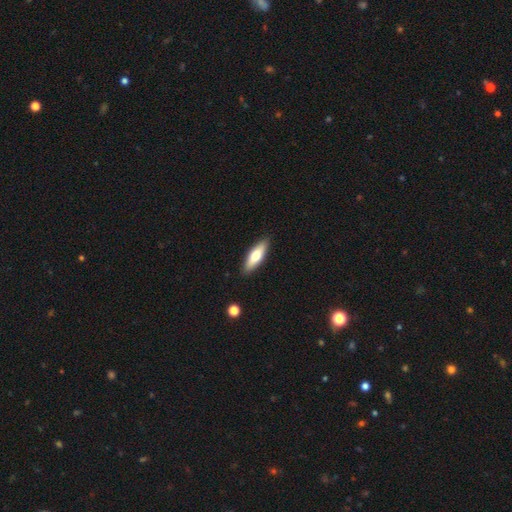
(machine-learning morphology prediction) The model was most divided on "how rounded": in between: 51%, cigar-shaped: 48%, round: 2%. More confident: merging — none (88%); smooth or featured — smooth (67%).